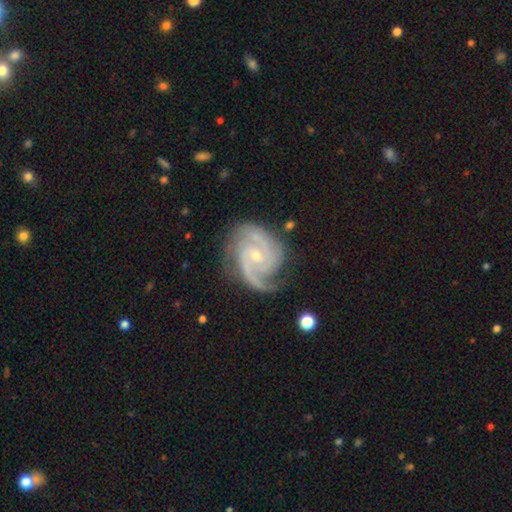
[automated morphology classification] Smooth or featured?
  - featured or disk: 93% *
  - star or artifact: 4%
  - smooth: 3%
Edge-on disk?
  - no: 98% *
  - yes: 2%
Bar?
  - no: 58% *
  - weak: 33%
  - strong: 9%
Spiral arms?
  - yes: 99% *
  - no: 1%
Spiral winding?
  - tight: 53% *
  - medium: 42%
  - loose: 6%
Spiral arm count?
  - 2: 48% *
  - 3: 34%
  - can't tell: 6%
  - 4: 5%
  - 1: 4%
  - more than 4: 3%
Bulge size?
  - small: 65% *
  - moderate: 32%
  - none: 1%
  - large: 1%
  - dominant: 1%
Merging?
  - none: 73% *
  - minor disturbance: 19%
  - major disturbance: 6%
  - merger: 2%